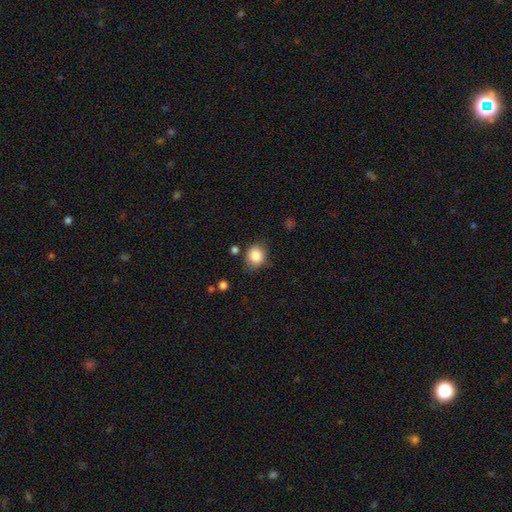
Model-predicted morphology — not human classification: This is clearly a smooth galaxy (86%). How rounded: likely round (66%). Merging: likely none (70%).